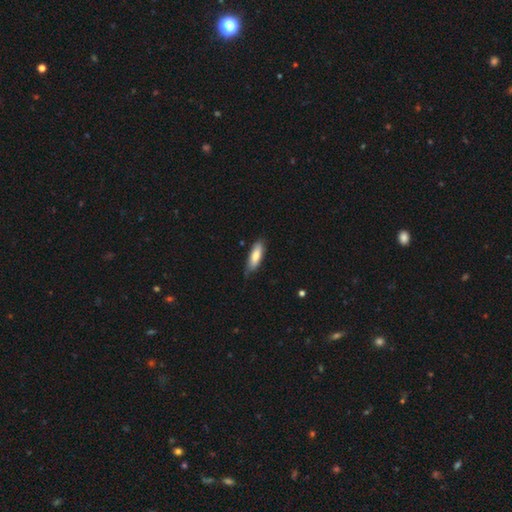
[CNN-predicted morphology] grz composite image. It shows a smooth galaxy with no disk features (78%) that is in between round and cigar-shaped (56%). Merging: none (72%).